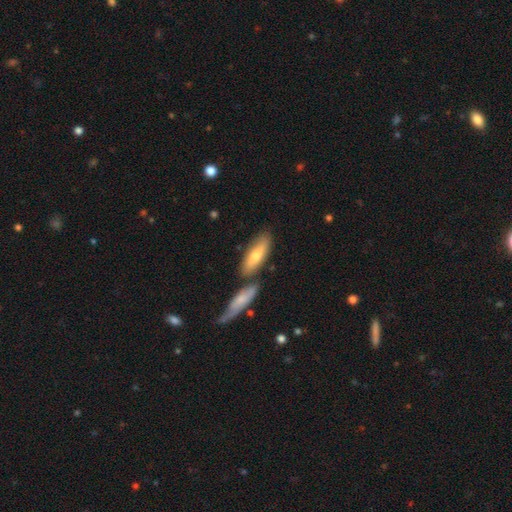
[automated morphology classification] This is likely a smooth galaxy (60%). How rounded: possibly in between (57%). Merging: possibly none (58%).